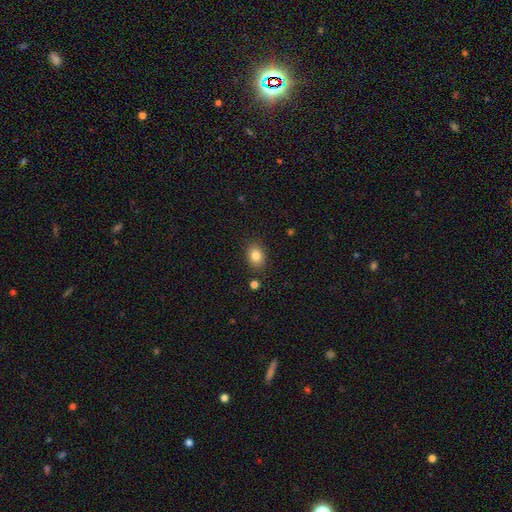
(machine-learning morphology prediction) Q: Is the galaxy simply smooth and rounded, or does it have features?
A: smooth — 84%.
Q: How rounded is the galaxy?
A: in between — 63%.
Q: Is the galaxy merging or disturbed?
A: none — 85%.